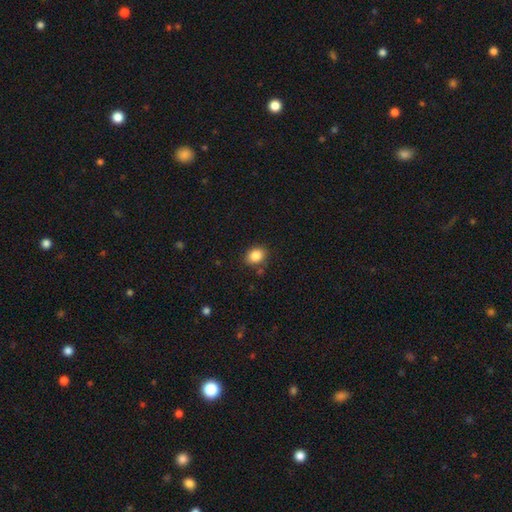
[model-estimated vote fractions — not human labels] Q: Smooth or featured?
A: smooth (85%); runner-up: star or artifact (10%)
Q: How rounded?
A: in between (51%); runner-up: round (48%)
Q: Merging?
A: none (81%); runner-up: minor disturbance (12%)